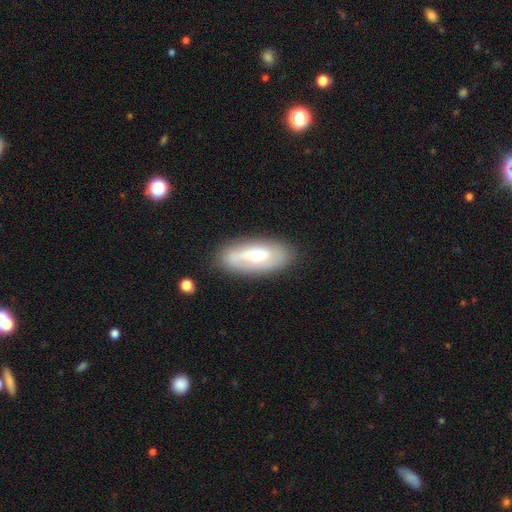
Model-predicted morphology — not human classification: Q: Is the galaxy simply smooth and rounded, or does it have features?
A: smooth — 49%.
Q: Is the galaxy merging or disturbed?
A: none — 75%.